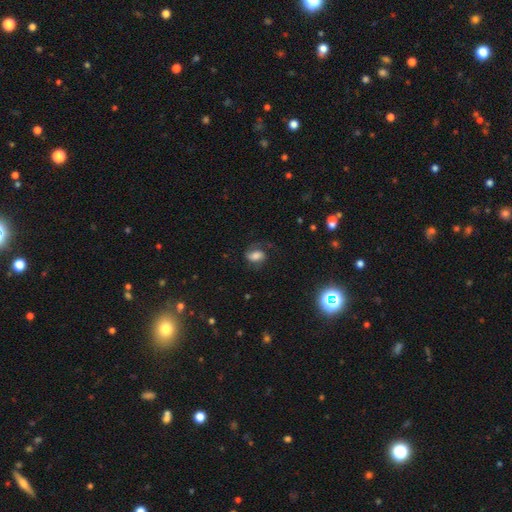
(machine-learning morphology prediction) smooth_or_featured: featured or disk (p=0.45) [alt: smooth p=0.44]
merging: none (p=0.58) [alt: minor disturbance p=0.20]